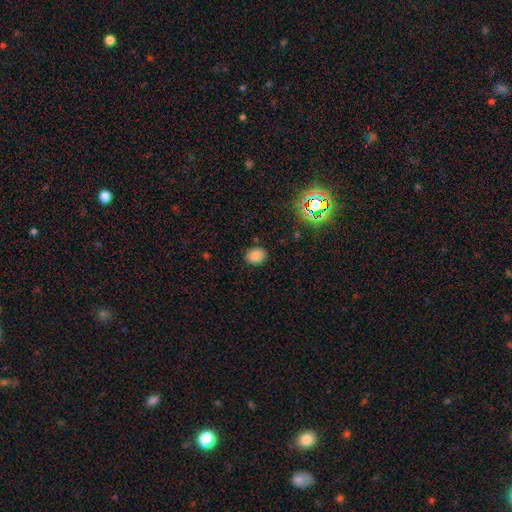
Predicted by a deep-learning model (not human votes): Overall: smooth (80%). How rounded: round (51%; in between 49%). Merging: none (84%).